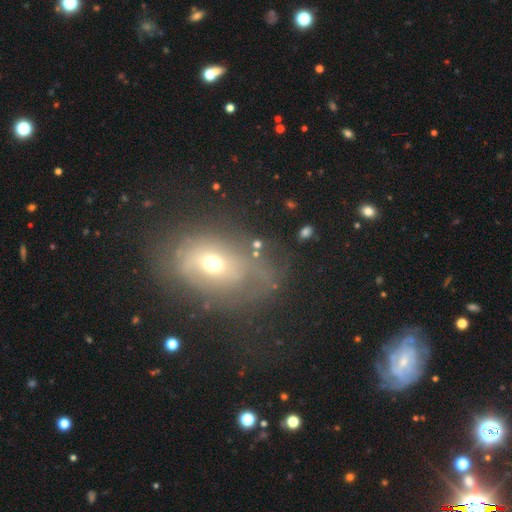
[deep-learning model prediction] Smooth or featured? Predicted: smooth (p=0.46). Merging? Predicted: none (p=0.42).